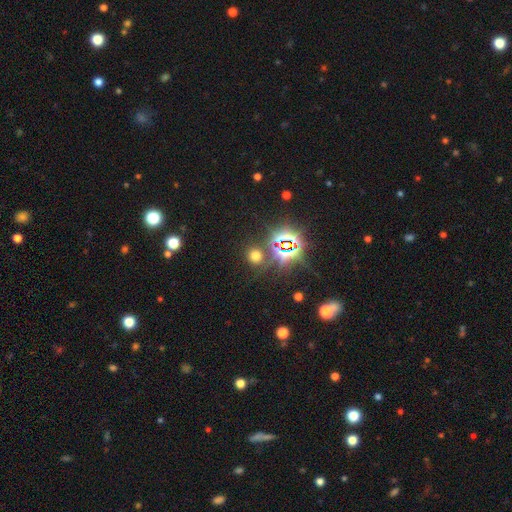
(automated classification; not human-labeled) smooth_or_featured: smooth (p=0.52) [alt: star or artifact p=0.41]
how_rounded: round (p=0.86) [alt: in between p=0.13]
merging: none (p=0.82) [alt: minor disturbance p=0.08]